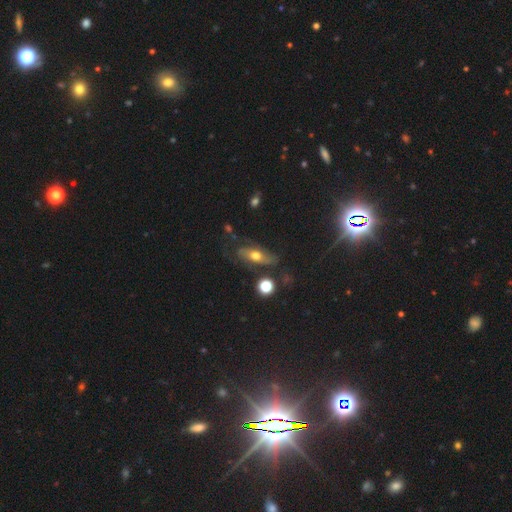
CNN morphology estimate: This is marginally a featured or disk galaxy (45%). Merging: possibly none (58%).